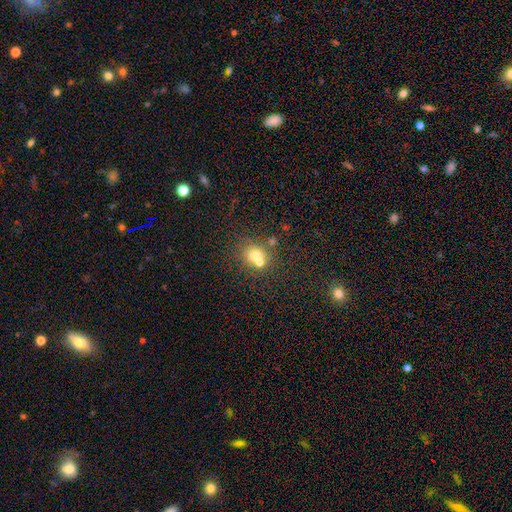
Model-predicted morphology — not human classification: type=smooth (68%); roundness=round (79%); merging=none (46%).